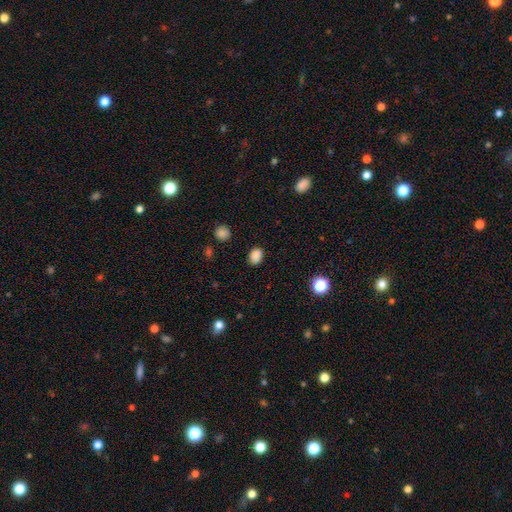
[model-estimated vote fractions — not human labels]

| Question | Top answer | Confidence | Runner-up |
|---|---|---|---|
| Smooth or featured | smooth | 85% | star or artifact (12%) |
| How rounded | in between | 65% | round (34%) |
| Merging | none | 86% | minor disturbance (10%) |